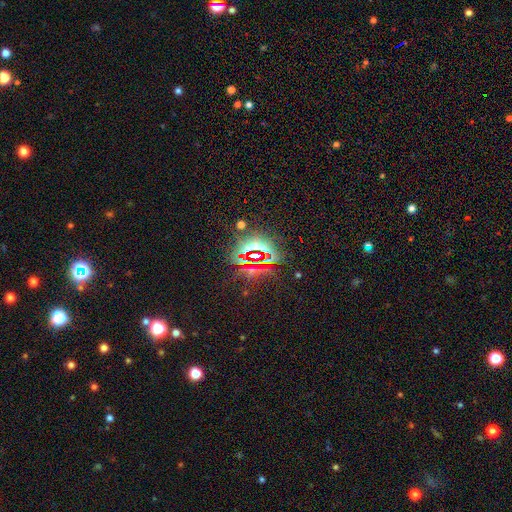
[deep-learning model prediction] smooth_or_featured: star or artifact (p=0.81) [alt: smooth p=0.10]